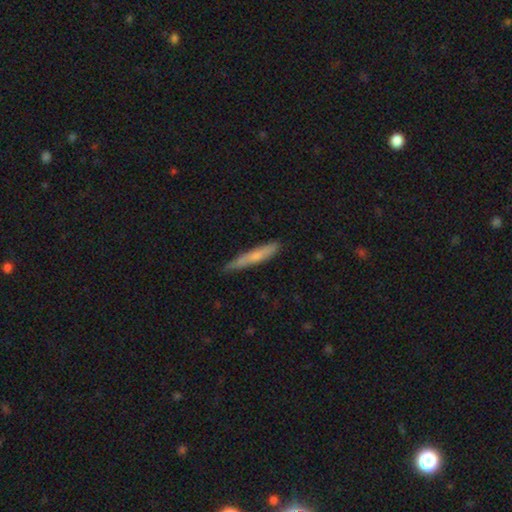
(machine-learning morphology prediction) Smooth or featured? Predicted: smooth (p=0.64). How rounded? Predicted: cigar-shaped (p=0.94). Merging? Predicted: none (p=0.76).